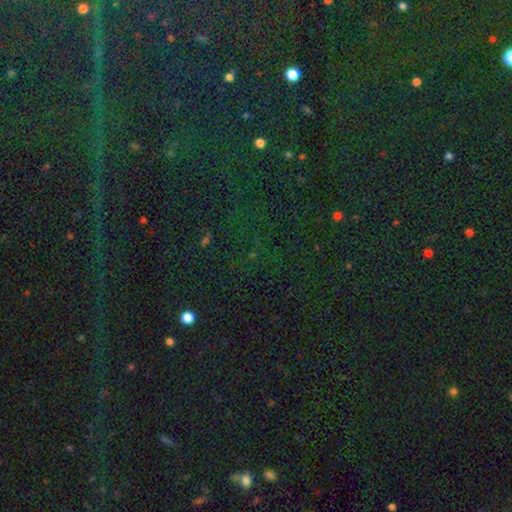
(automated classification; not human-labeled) smooth_or_featured: star or artifact (p=0.86) [alt: smooth p=0.08]